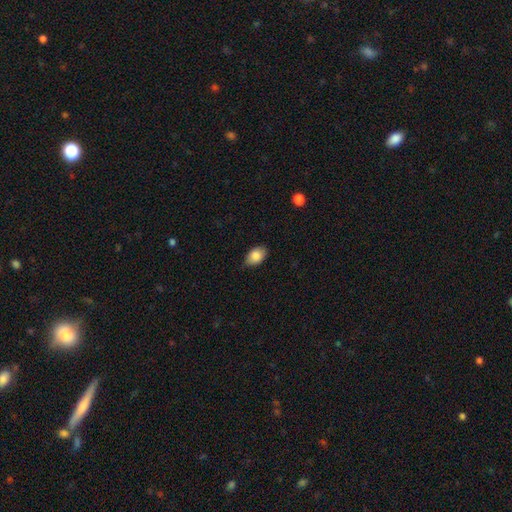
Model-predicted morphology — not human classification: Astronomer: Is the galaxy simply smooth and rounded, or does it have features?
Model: smooth — 85%.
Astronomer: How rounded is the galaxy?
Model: in between — 87%.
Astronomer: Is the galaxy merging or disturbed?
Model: none — 78%.